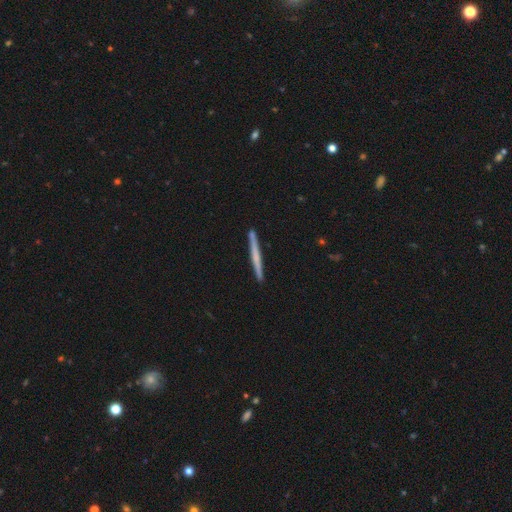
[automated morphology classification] The model was most divided on "smooth or featured" (2-way tie): smooth: 47%, featured or disk: 47%, star or artifact: 6%. More confident: merging — none (91%).